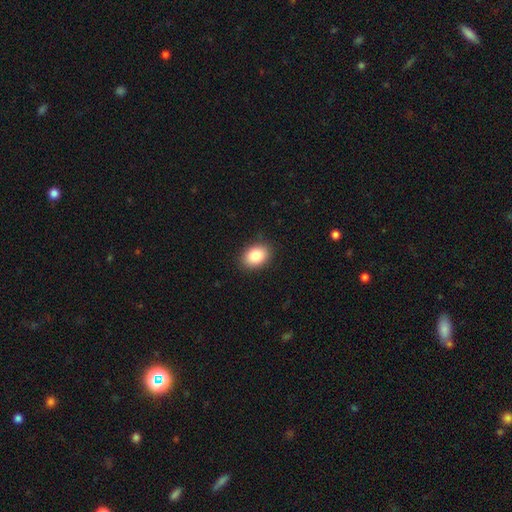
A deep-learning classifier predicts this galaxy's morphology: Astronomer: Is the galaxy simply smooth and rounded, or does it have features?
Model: smooth — 85%.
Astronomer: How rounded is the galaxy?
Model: in between — 71%.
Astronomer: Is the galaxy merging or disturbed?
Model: none — 88%.